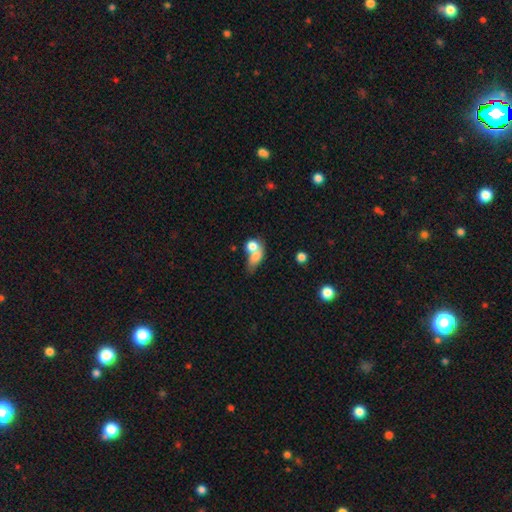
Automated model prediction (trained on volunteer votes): smooth-or-featured: smooth: 71% | featured or disk: 19% | star or artifact: 10%
  how-rounded: in between: 60% | round: 33% | cigar-shaped: 7%
  merging: merger: 57% | none: 22% | minor disturbance: 11% | major disturbance: 10%